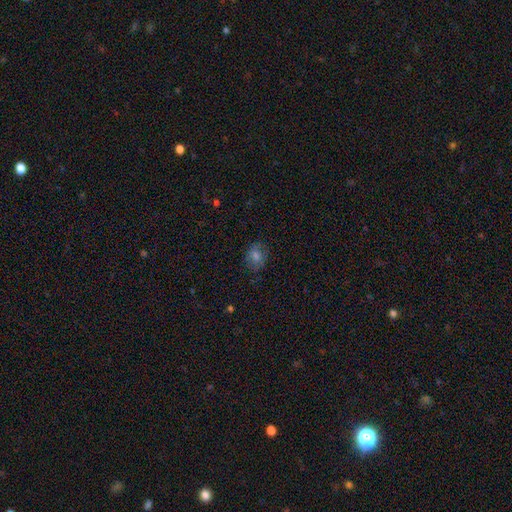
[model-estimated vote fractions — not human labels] This appears to be a smooth galaxy with no disk features (58%) that is round (50%). Merging: none (79%).